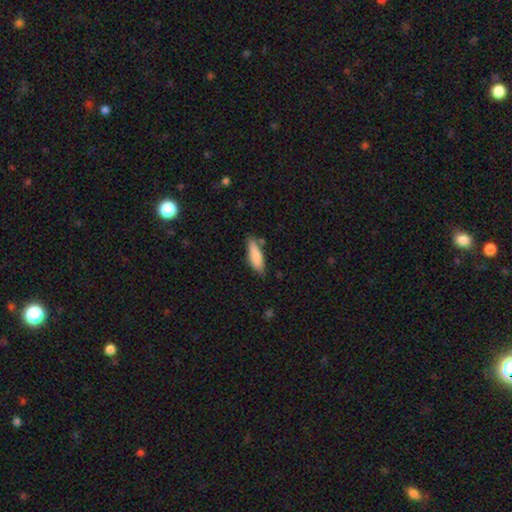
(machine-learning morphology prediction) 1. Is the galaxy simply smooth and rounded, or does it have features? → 83% smooth, 11% featured or disk, 6% star or artifact.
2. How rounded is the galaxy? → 49% cigar-shaped (tied), 49% in between (tied), 2% round.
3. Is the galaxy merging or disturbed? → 73% none, 18% minor disturbance, 5% merger, 3% major disturbance.